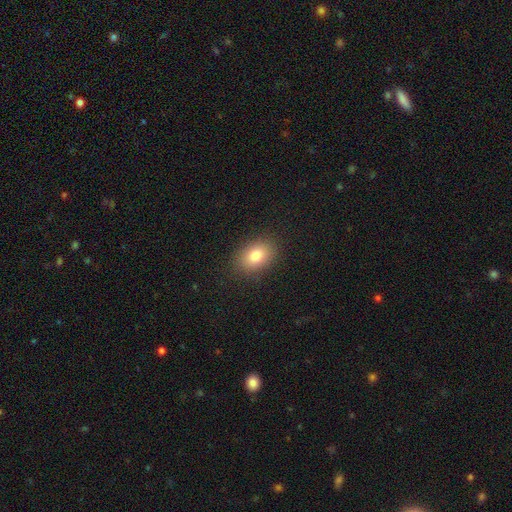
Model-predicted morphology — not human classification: Smooth or featured?
  - smooth: 81% *
  - star or artifact: 10%
  - featured or disk: 10%
How rounded?
  - in between: 79% *
  - round: 20%
  - cigar-shaped: 1%
Merging?
  - none: 88% *
  - minor disturbance: 9%
  - major disturbance: 3%
  - merger: 1%